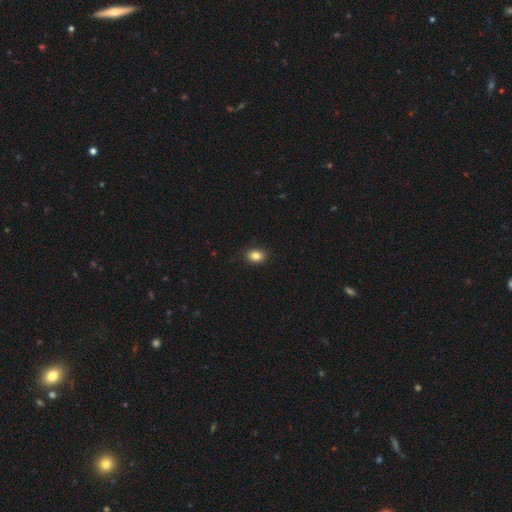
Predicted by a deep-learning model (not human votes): A smooth galaxy with no disk features (85%) that is in between round and cigar-shaped (67%). Merging: none (89%).